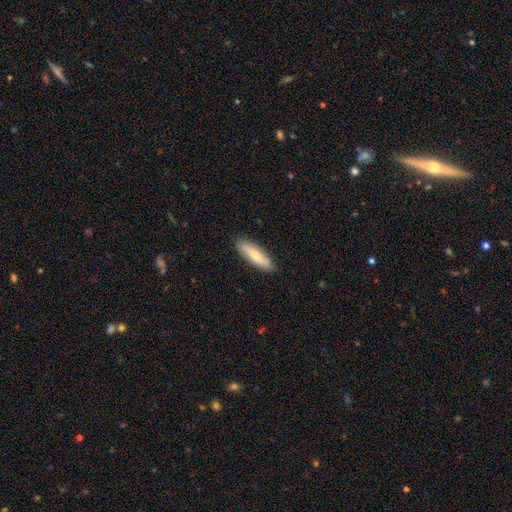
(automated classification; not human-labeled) smooth_or_featured: smooth (p=0.70) [alt: featured or disk p=0.25]
how_rounded: cigar-shaped (p=0.62) [alt: in between p=0.36]
merging: none (p=0.88) [alt: minor disturbance p=0.10]